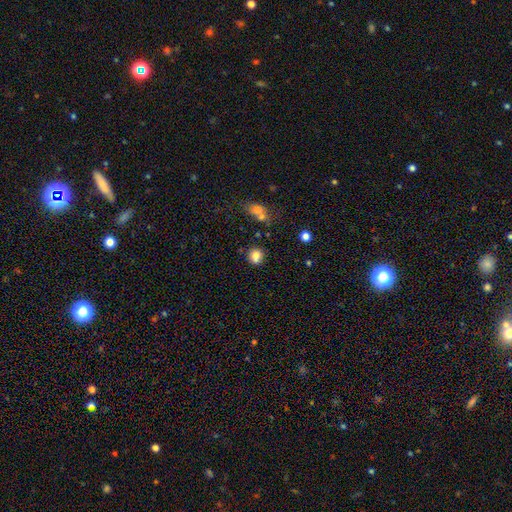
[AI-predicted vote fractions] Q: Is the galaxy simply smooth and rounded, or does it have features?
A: smooth — 80%.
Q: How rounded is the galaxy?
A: round — 75%.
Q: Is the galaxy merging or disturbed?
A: none — 71%.